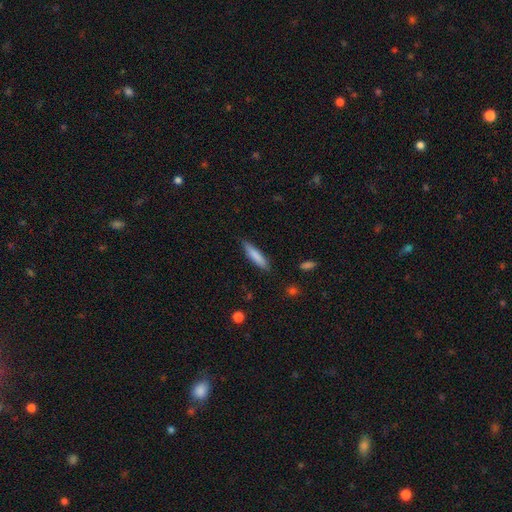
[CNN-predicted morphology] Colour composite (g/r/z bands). It shows a smooth galaxy with no disk features (82%) that is cigar-shaped (84%). Merging: none (87%).